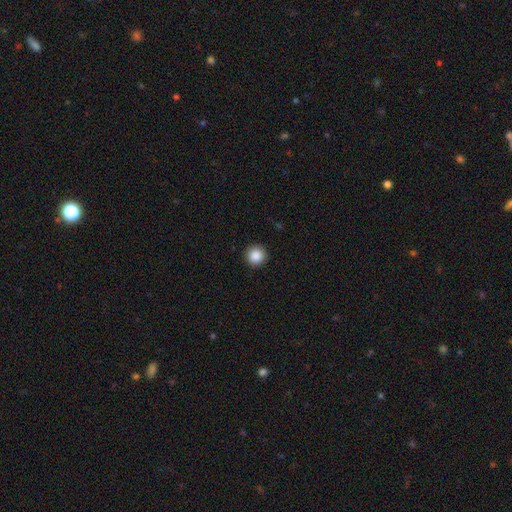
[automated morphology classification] Smooth or featured: smooth — 88% (star or artifact — 9%)
How rounded: round — 96% (in between — 3%)
Merging: none — 92% (minor disturbance — 5%)